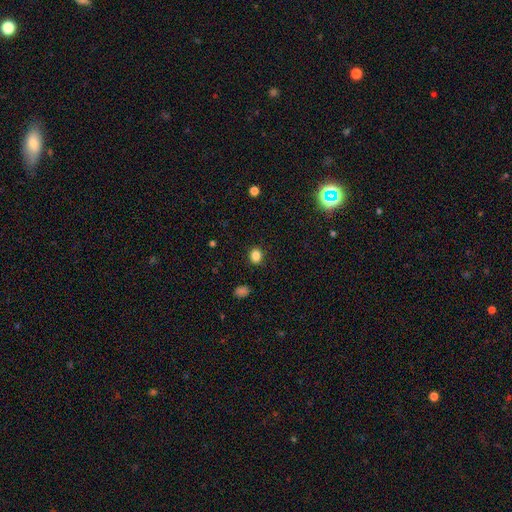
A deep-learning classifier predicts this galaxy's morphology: This is clearly a smooth galaxy (85%). How rounded: likely round (62%). Merging: clearly none (89%).